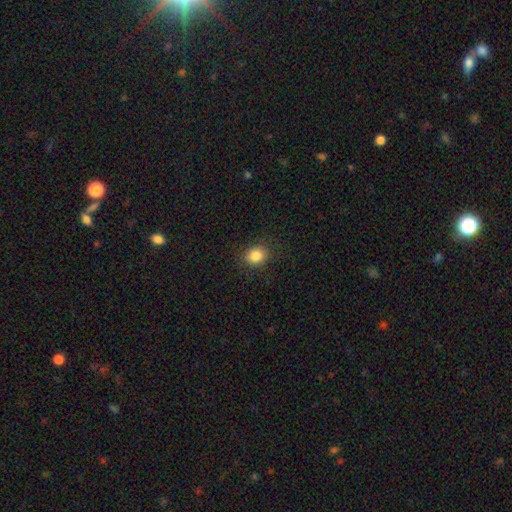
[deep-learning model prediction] Smooth or featured?
  - smooth: 85% *
  - star or artifact: 10%
  - featured or disk: 5%
How rounded?
  - round: 66% *
  - in between: 33%
  - cigar-shaped: 1%
Merging?
  - none: 87% *
  - minor disturbance: 9%
  - major disturbance: 3%
  - merger: 1%